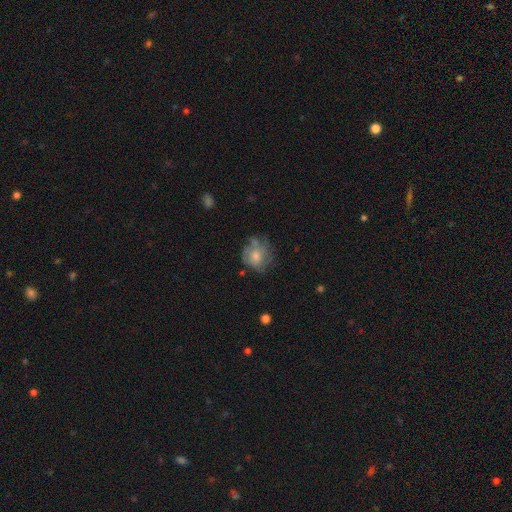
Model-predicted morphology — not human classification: Smooth or featured?
  - featured or disk: 48% *
  - smooth: 40%
  - star or artifact: 12%
Merging?
  - none: 62% *
  - minor disturbance: 22%
  - major disturbance: 12%
  - merger: 3%